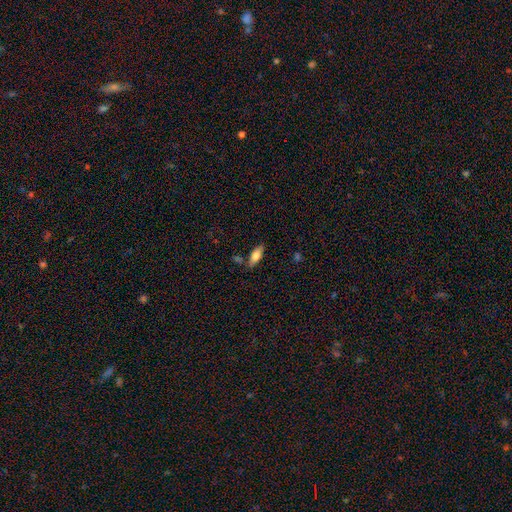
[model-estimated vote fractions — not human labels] This appears to be a smooth galaxy with no disk features (65%) that is in between round and cigar-shaped (66%). Merging: none (78%).